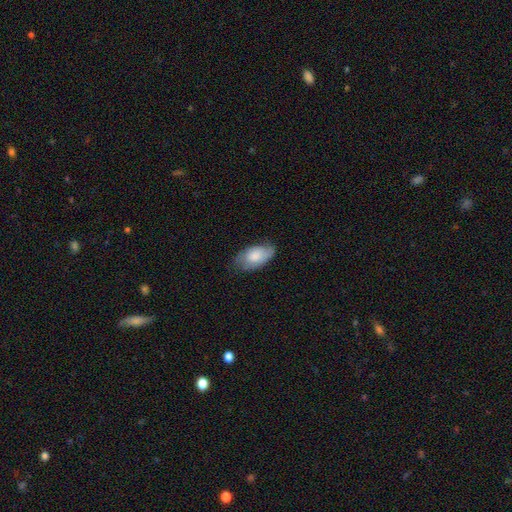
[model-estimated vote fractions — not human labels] smooth_or_featured: smooth (p=0.77) [alt: featured or disk p=0.17]
how_rounded: in between (p=0.94) [alt: round p=0.04]
merging: none (p=0.62) [alt: minor disturbance p=0.30]